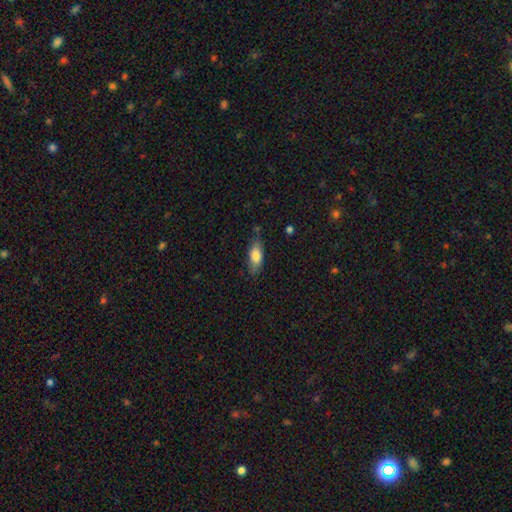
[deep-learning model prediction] Q: Smooth or featured?
A: smooth (77%); runner-up: featured or disk (16%)
Q: How rounded?
A: in between (77%); runner-up: cigar-shaped (20%)
Q: Merging?
A: none (72%); runner-up: minor disturbance (21%)